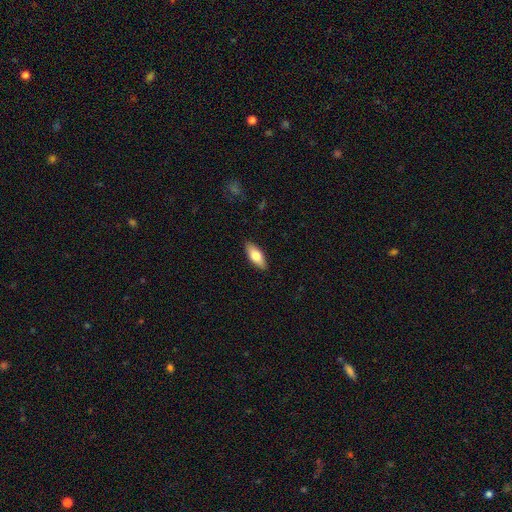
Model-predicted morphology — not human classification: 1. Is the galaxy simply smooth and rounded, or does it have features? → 75% smooth, 19% featured or disk, 6% star or artifact.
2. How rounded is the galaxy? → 78% in between, 19% cigar-shaped, 2% round.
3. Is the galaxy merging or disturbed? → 89% none, 9% minor disturbance, 2% major disturbance, 1% merger.